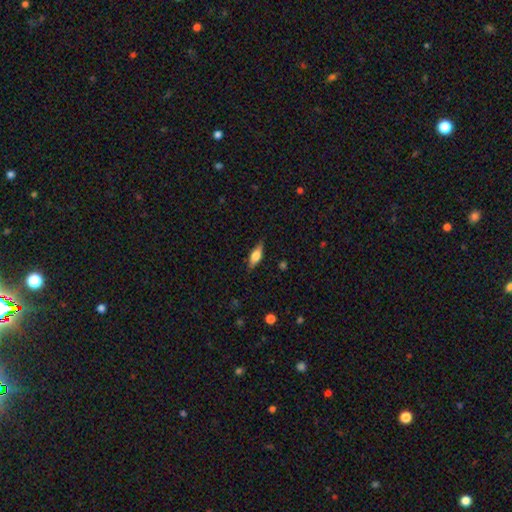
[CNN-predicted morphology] A smooth galaxy with no disk features (57%) that is in between round and cigar-shaped (67%). Merging: none (82%).